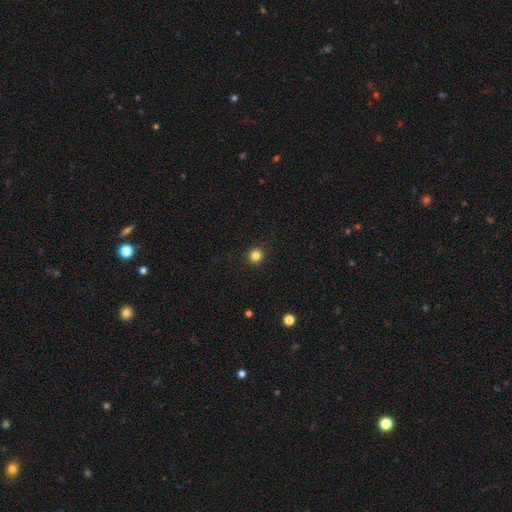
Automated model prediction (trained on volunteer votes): Overall: smooth (83%). How rounded: round (94%). Merging: none (93%).